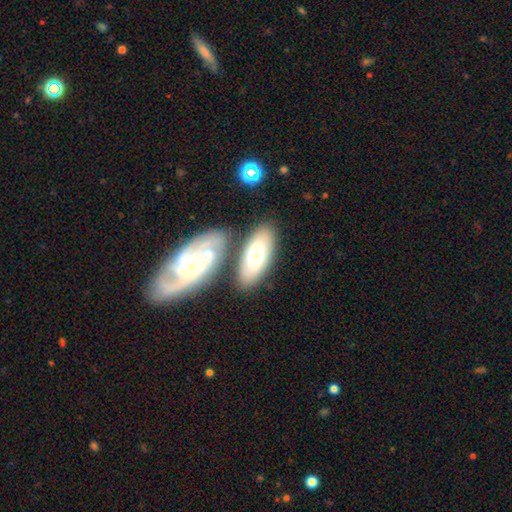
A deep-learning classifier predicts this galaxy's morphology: smooth 58%, featured or disk 36%, star or artifact 6%. Down the decision tree: how rounded — in between (87%); merging — none (69%).